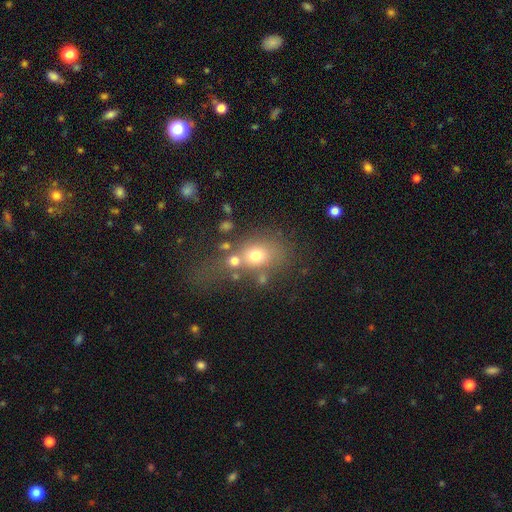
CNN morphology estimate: Q: Smooth or featured?
A: smooth (66%); runner-up: featured or disk (18%)
Q: How rounded?
A: in between (49%); tied with: round (49%)
Q: Merging?
A: none (41%); runner-up: merger (28%)